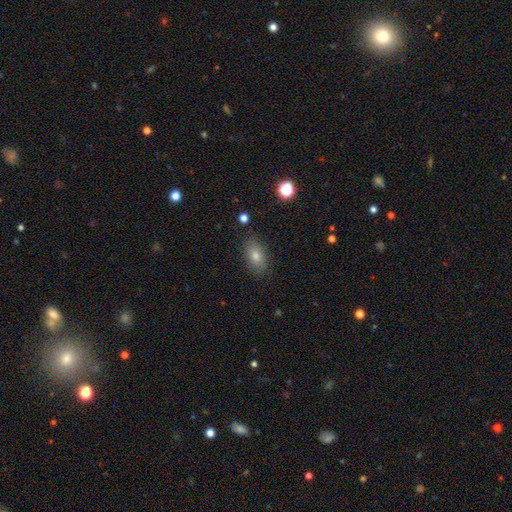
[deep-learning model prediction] Smooth or featured: smooth — 75% (star or artifact — 13%)
How rounded: in between — 86% (round — 11%)
Merging: none — 86% (minor disturbance — 10%)